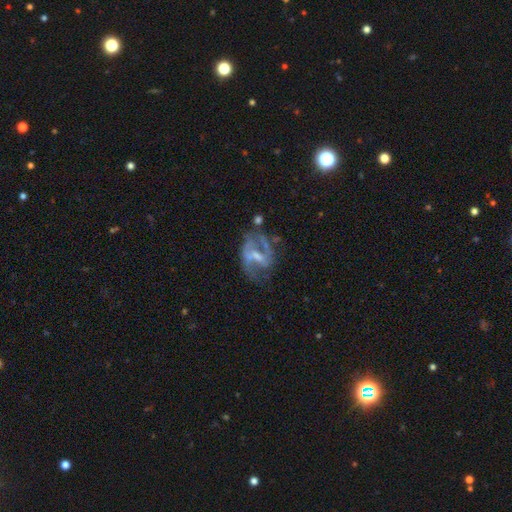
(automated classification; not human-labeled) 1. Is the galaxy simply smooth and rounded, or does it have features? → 76% featured or disk, 15% smooth, 9% star or artifact.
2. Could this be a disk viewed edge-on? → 96% no, 4% yes.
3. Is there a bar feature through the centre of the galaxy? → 46% weak, 28% strong, 26% no.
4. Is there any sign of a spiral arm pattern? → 75% yes, 25% no.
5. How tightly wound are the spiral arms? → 46% medium, 32% loose, 21% tight.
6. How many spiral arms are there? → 65% 2, 18% can't tell, 8% 1, 5% 3, 2% 4, 2% more than 4.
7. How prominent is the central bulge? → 39% small, 36% moderate, 19% none, 4% large, 1% dominant.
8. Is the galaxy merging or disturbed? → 48% none, 23% major disturbance, 22% minor disturbance, 7% merger.